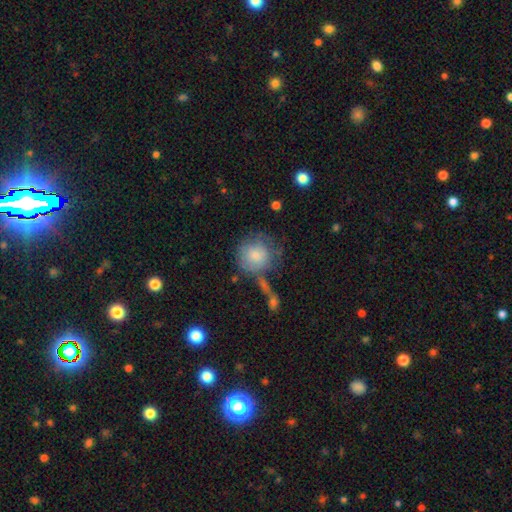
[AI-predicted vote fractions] smooth 75%, featured or disk 18%, star or artifact 7%. Down the decision tree: how rounded — round (90%); merging — none (48%).